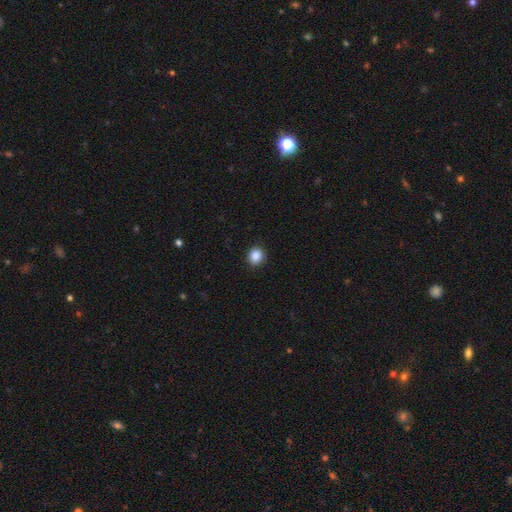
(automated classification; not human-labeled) Morphology: type=smooth (88%); roundness=round (79%); merging=none (91%).